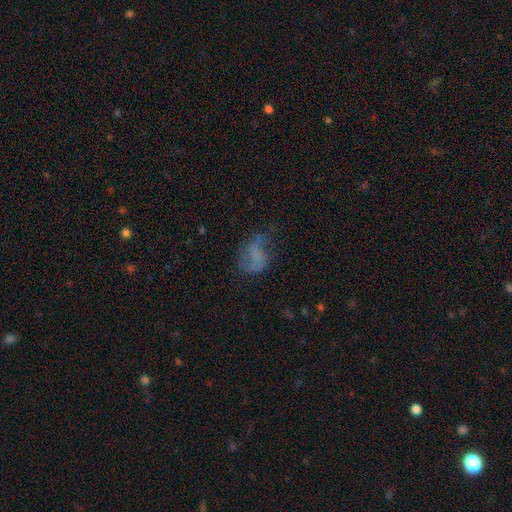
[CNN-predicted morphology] This is possibly a featured or disk galaxy (48%). Merging: marginally none (39%).